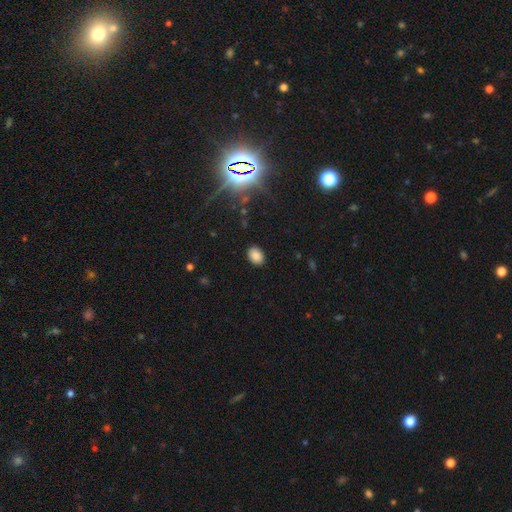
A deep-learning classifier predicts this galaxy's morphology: A smooth galaxy with no disk features (86%) that is in between round and cigar-shaped (73%). Merging: none (89%).